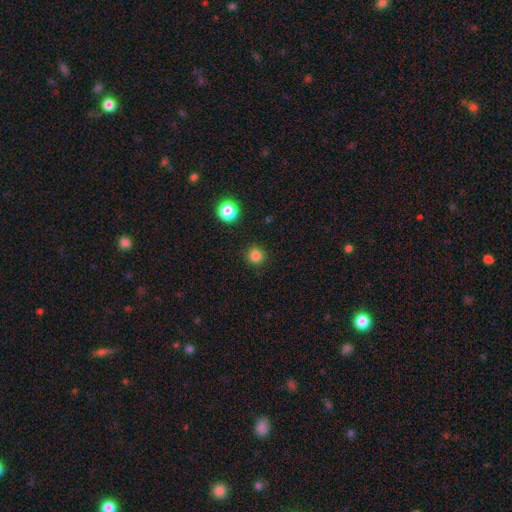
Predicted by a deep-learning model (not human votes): Overall: smooth (81%). How rounded: round (93%). Merging: none (88%).